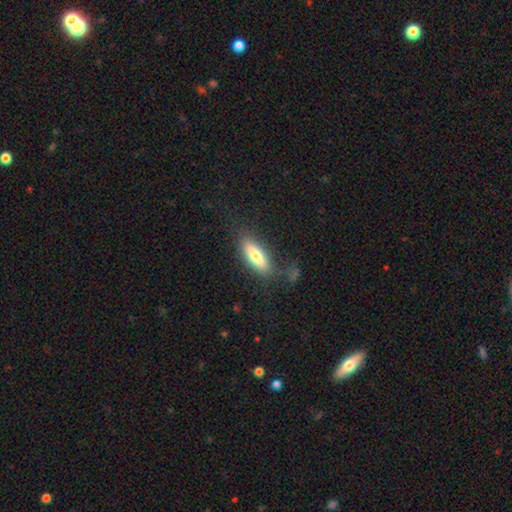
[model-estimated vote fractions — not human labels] A smooth galaxy with no disk features (71%) that is in between round and cigar-shaped (61%). Merging: none (72%).